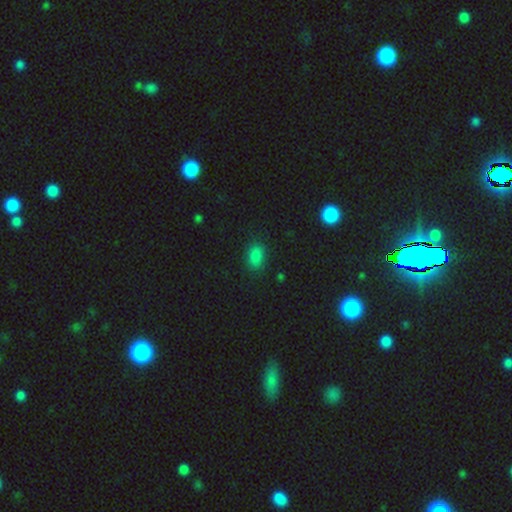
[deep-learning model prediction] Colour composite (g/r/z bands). It shows a smooth galaxy with no disk features (82%) that is in between round and cigar-shaped (84%). Merging: none (84%).